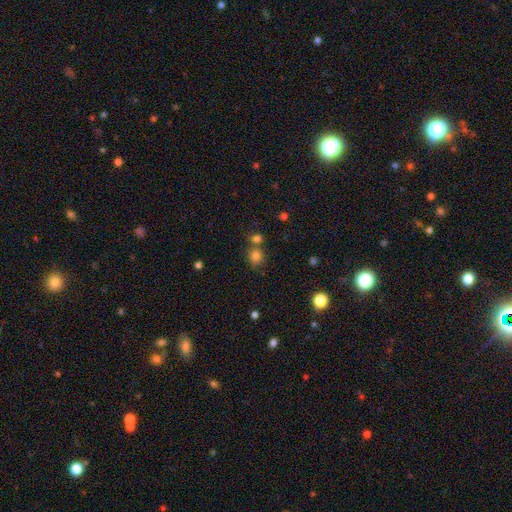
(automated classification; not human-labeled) This appears to be a smooth galaxy with no disk features (79%) that is round (84%). Merging: none (64%).